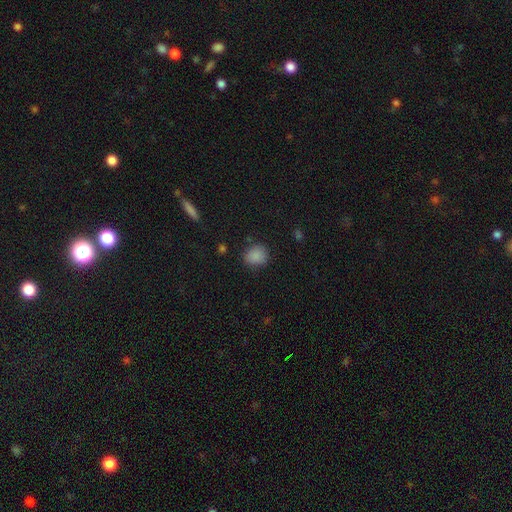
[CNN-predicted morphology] This appears to be a smooth galaxy with no disk features (86%) that is round (63%). Merging: none (80%).